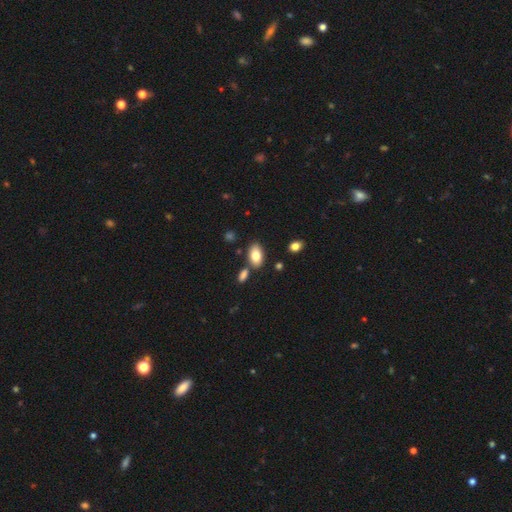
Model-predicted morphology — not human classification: A smooth galaxy with no disk features (81%) that is in between round and cigar-shaped (93%).

Vote fractions:
- Smooth or featured? smooth: 81% / featured or disk: 12% / star or artifact: 7%
- How rounded? in between: 93% / round: 5% / cigar-shaped: 2%
- Merging? none: 76% / minor disturbance: 11% / merger: 10% / major disturbance: 3%